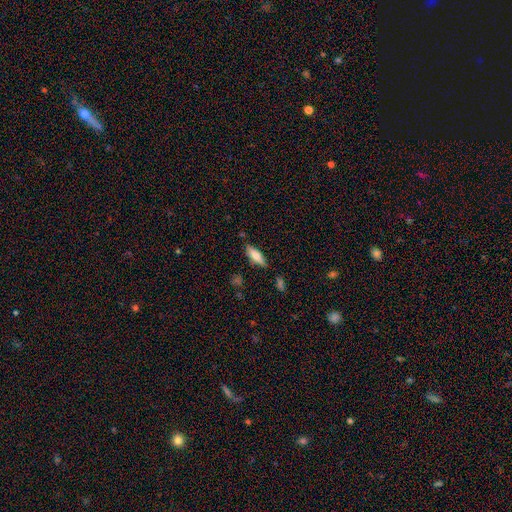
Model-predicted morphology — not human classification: Smooth or featured?
  - smooth: 69% *
  - featured or disk: 24%
  - star or artifact: 7%
How rounded?
  - in between: 55% *
  - cigar-shaped: 43%
  - round: 2%
Merging?
  - none: 78% *
  - minor disturbance: 15%
  - major disturbance: 3%
  - merger: 3%